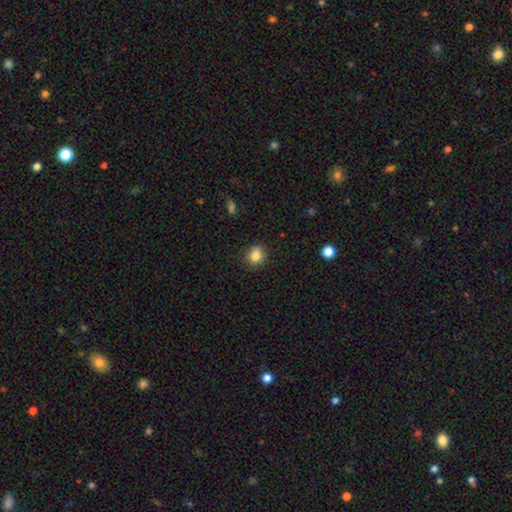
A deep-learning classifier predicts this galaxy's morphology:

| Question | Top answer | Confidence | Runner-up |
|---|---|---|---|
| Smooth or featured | smooth | 84% | star or artifact (11%) |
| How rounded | round | 80% | in between (19%) |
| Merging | none | 85% | minor disturbance (11%) |